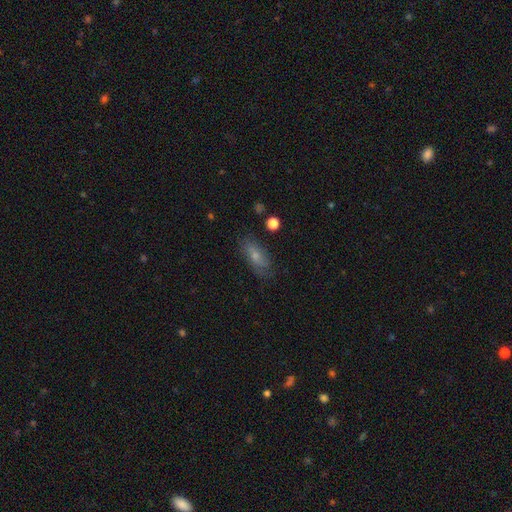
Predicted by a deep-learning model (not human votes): Smooth or featured? smooth (64%)
How rounded? in between (74%)
Merging? none (75%)